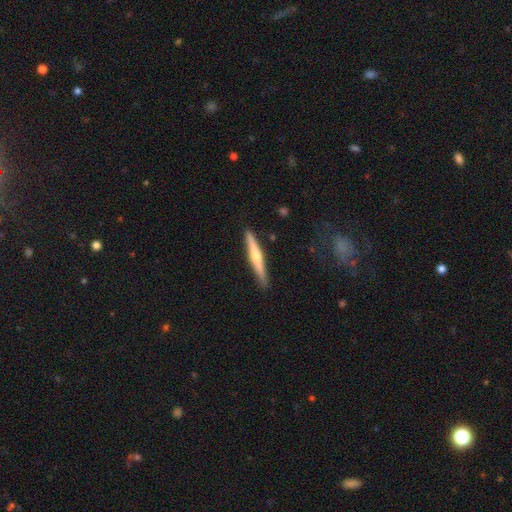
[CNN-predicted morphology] This appears to be a featured or disk galaxy (60%) viewed edge-on (97%) with a rounded central bulge (83%). Merging: none (89%).